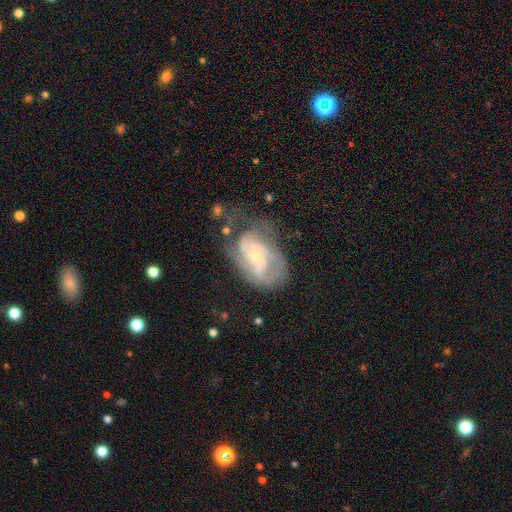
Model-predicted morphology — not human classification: type=featured or disk (85%); edge-on=no (97%); bar=no (58%); spiral arms=yes (94%); winding=tight (54%); arm count=2 (39%); bulge=small (69%); merging=none (51%).